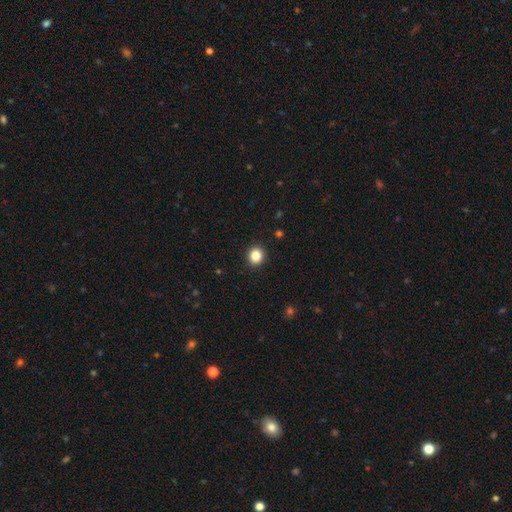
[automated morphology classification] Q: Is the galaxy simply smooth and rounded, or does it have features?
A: smooth — 84%.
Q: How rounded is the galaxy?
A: round — 84%.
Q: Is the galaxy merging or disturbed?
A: none — 92%.